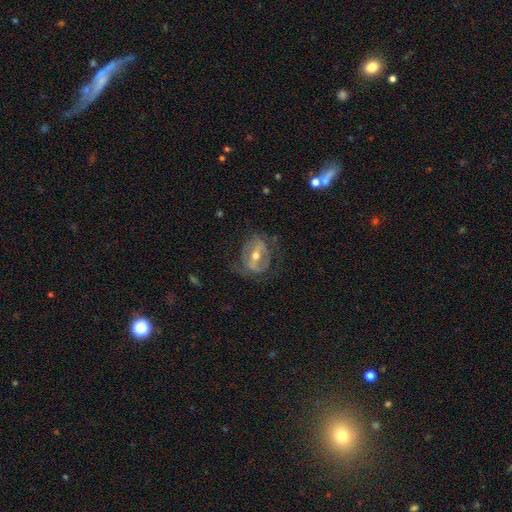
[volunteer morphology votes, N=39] type=featured or disk (82%); edge-on=no (97%); bar=strong (74%); spiral arms=no (81%); bulge=moderate (77%); merging=none (68%).